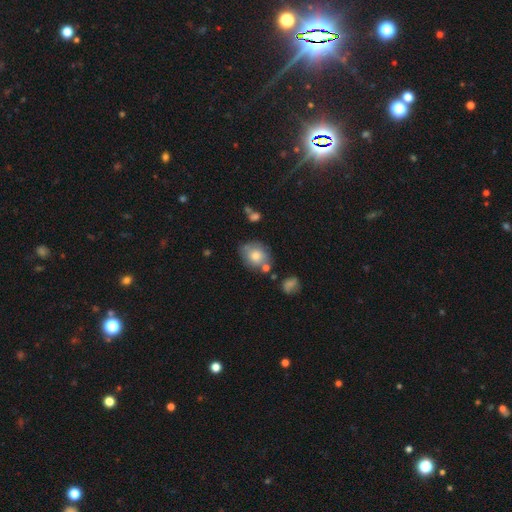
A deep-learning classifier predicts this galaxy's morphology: Smooth or featured? Predicted: smooth (p=0.71). How rounded? Predicted: round (p=0.56). Merging? Predicted: none (p=0.59).